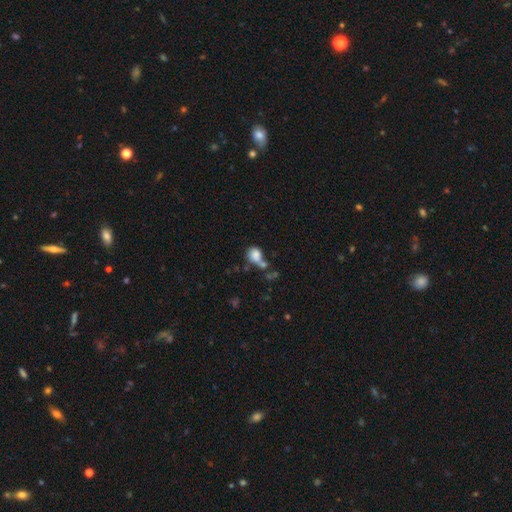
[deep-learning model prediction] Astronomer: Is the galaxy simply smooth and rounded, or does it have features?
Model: smooth — 79%.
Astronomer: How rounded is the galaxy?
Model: round — 63%.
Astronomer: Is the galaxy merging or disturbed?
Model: merger — 39% (runner-up: none, 33%).